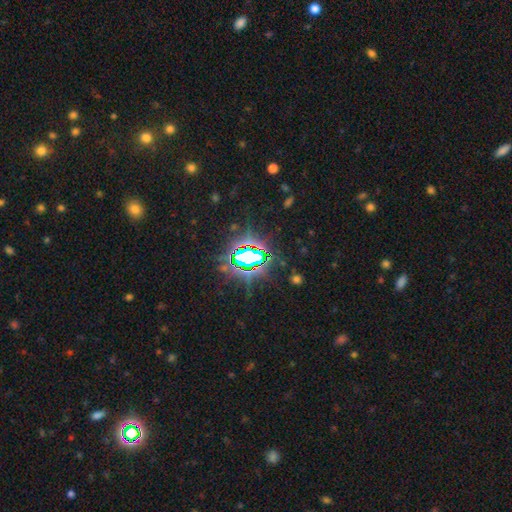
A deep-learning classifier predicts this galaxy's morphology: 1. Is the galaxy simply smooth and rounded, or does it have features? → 79% star or artifact, 11% smooth, 10% featured or disk.